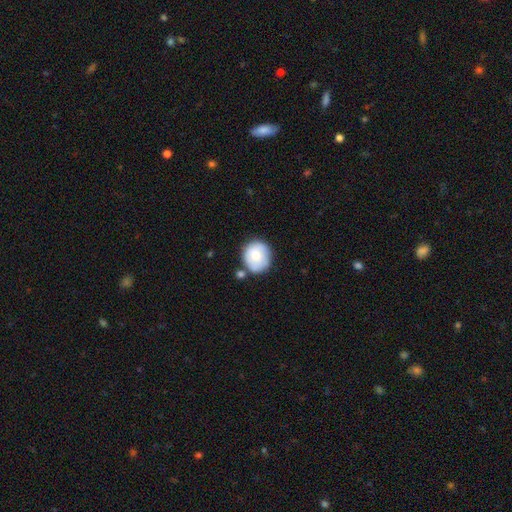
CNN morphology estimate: Q: Smooth or featured?
A: smooth (75%); runner-up: featured or disk (18%)
Q: How rounded?
A: round (83%); runner-up: in between (16%)
Q: Merging?
A: none (67%); runner-up: minor disturbance (17%)